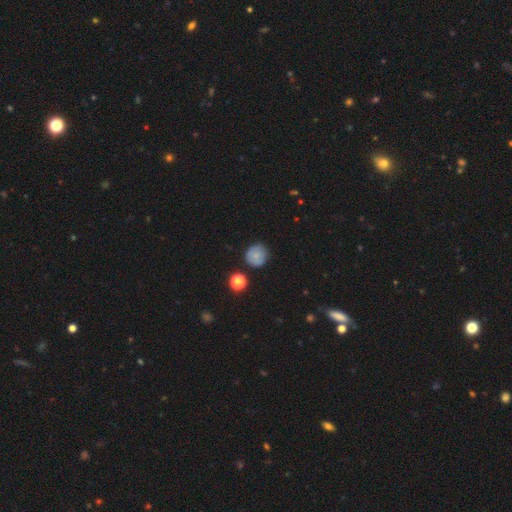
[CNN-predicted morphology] This appears to be a smooth galaxy with no disk features (76%) that is round (91%). Merging: none (82%).